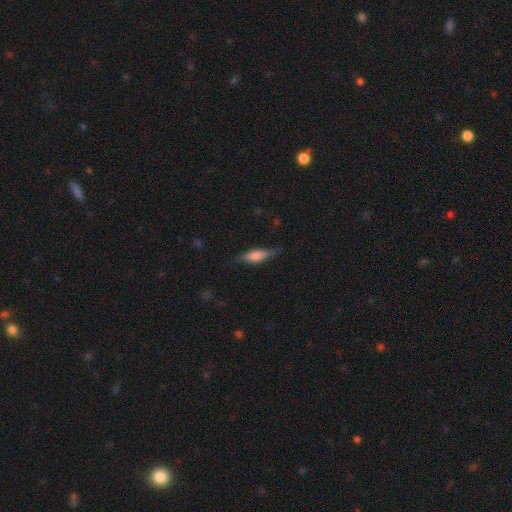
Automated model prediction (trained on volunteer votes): Q: Smooth or featured?
A: smooth (61%); runner-up: featured or disk (33%)
Q: How rounded?
A: cigar-shaped (58%); runner-up: in between (40%)
Q: Merging?
A: none (71%); runner-up: minor disturbance (22%)